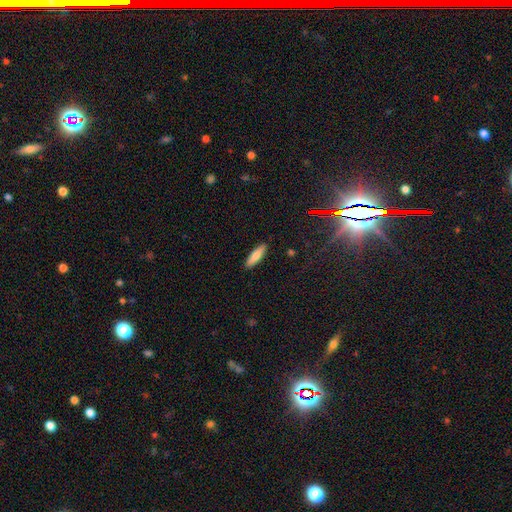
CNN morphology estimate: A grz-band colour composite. It shows a smooth galaxy with no disk features (77%) that is cigar-shaped (65%). Merging: none (91%).